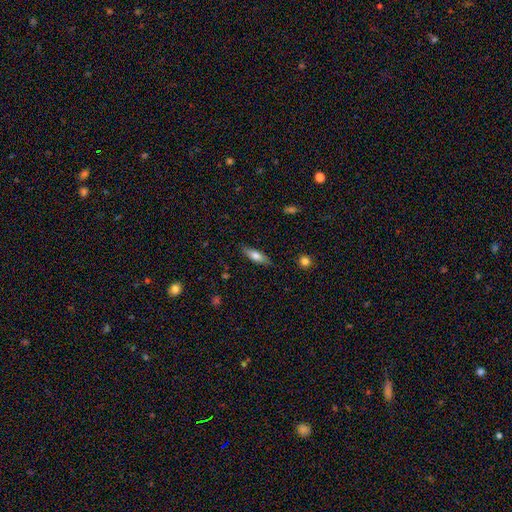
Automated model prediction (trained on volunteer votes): The model was most divided on "how rounded": in between: 54%, cigar-shaped: 43%, round: 2%. More confident: merging — none (83%); smooth or featured — smooth (69%).